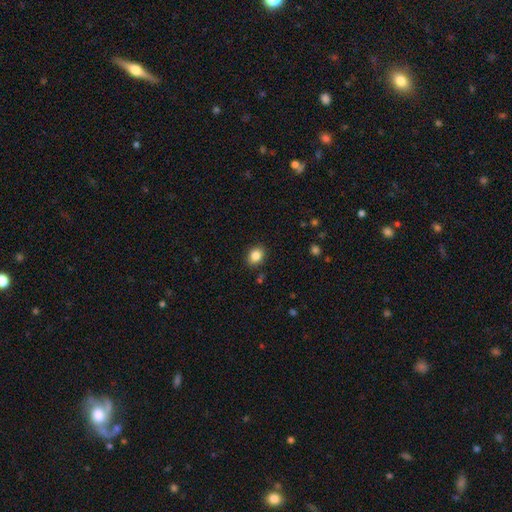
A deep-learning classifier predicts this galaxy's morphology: smooth_or_featured: smooth (p=0.85) [alt: star or artifact p=0.10]
how_rounded: in between (p=0.53) [alt: round p=0.46]
merging: none (p=0.88) [alt: minor disturbance p=0.08]